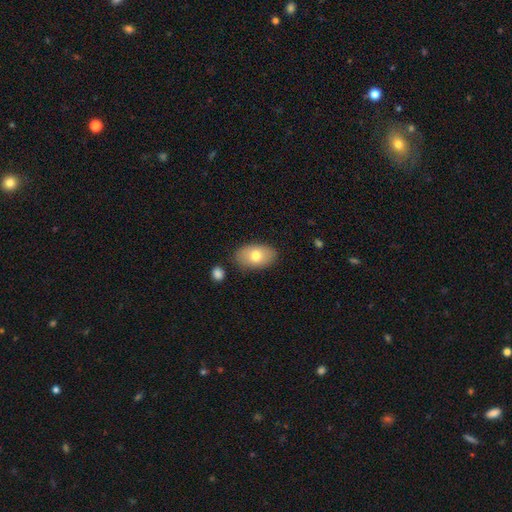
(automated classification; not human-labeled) Overall: smooth (75%). How rounded: in between (92%). Merging: none (82%).